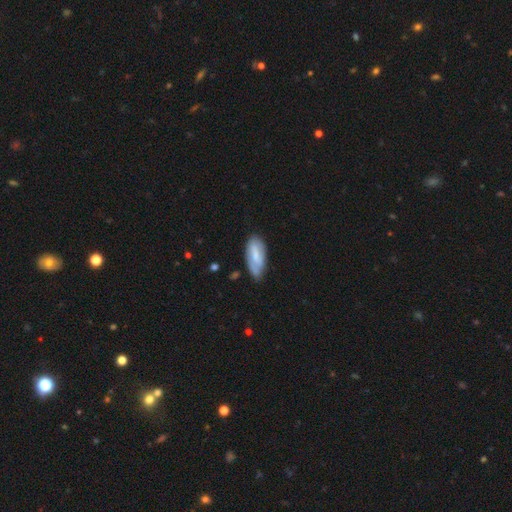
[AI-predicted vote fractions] The model was most divided on "smooth or featured": smooth: 57%, featured or disk: 37%, star or artifact: 6%. More confident: how rounded — in between (86%); merging — none (63%).